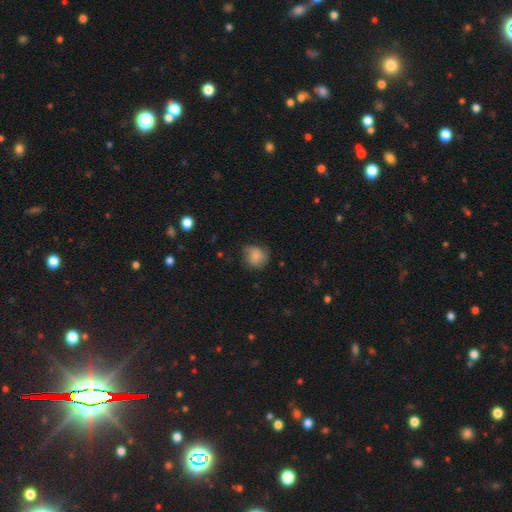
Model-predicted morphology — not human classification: smooth-or-featured: smooth: 75% | featured or disk: 17% | star or artifact: 9%
  how-rounded: round: 73% | in between: 26% | cigar-shaped: 1%
  merging: none: 62% | minor disturbance: 27% | major disturbance: 10% | merger: 1%